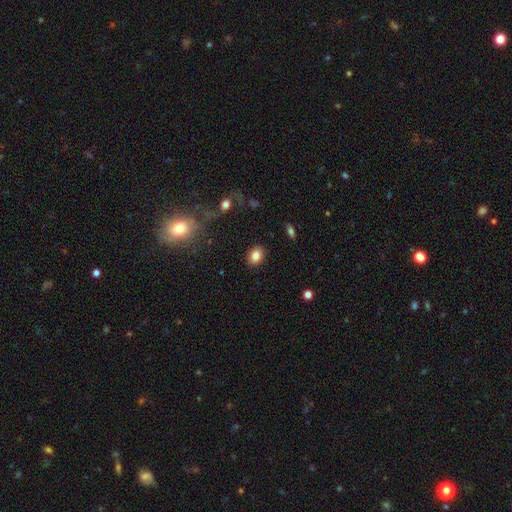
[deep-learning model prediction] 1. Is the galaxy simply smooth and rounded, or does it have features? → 83% smooth, 10% star or artifact, 7% featured or disk.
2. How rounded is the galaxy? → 60% in between, 39% round, 1% cigar-shaped.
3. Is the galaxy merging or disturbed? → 89% none, 8% minor disturbance, 2% major disturbance, 1% merger.